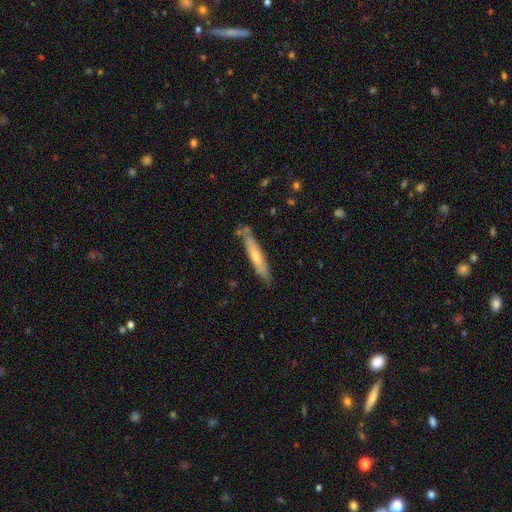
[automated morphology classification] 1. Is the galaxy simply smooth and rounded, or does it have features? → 48% smooth, 46% featured or disk, 6% star or artifact.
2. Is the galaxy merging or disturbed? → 78% none, 15% minor disturbance, 4% merger, 3% major disturbance.